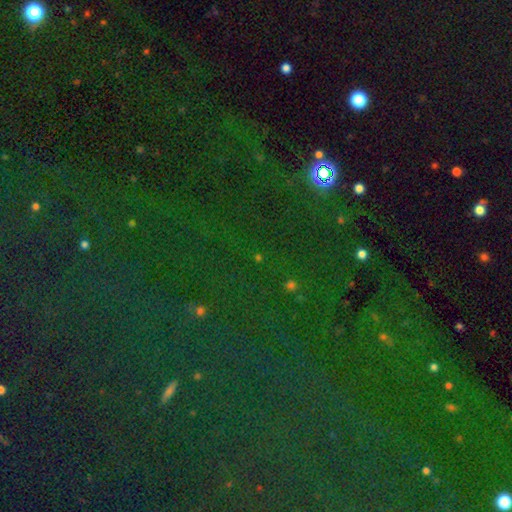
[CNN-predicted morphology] star or artifact 80%, smooth 12%, featured or disk 8%.